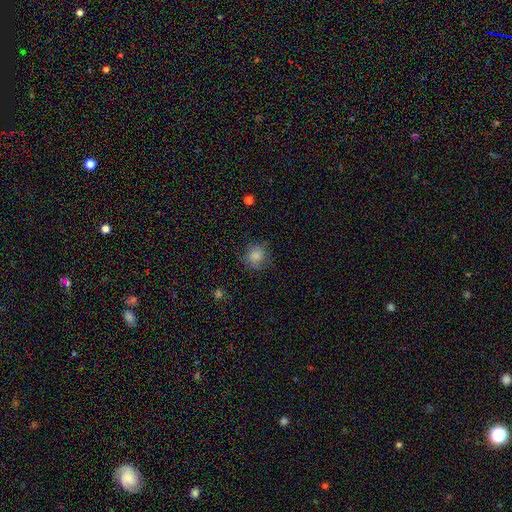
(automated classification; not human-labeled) The model was most divided on "merging": none: 75%, minor disturbance: 18%, major disturbance: 6%, merger: 1%. More confident: smooth or featured — smooth (83%); how rounded — round (79%).